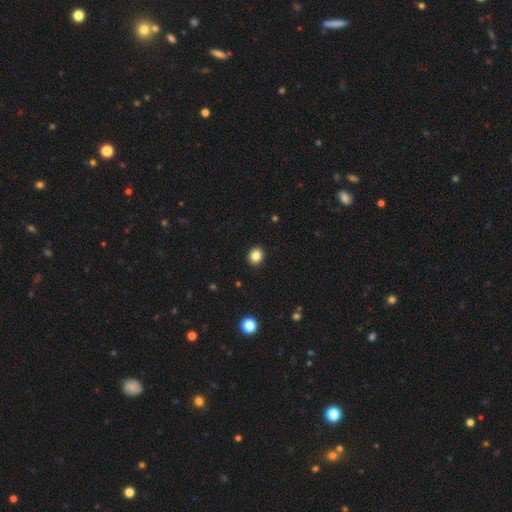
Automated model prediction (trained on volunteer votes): Smooth or featured? Predicted: smooth (p=0.84). How rounded? Predicted: round (p=0.72). Merging? Predicted: none (p=0.92).